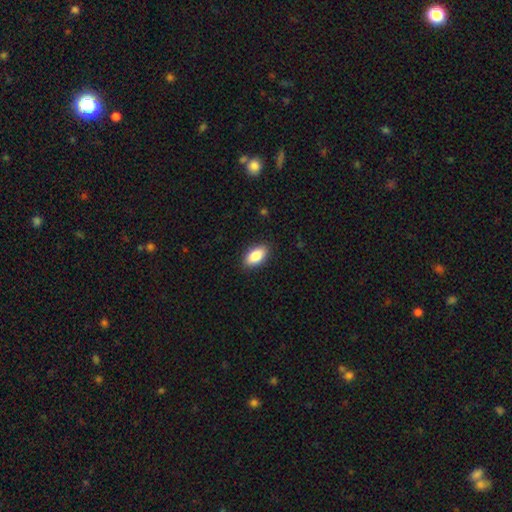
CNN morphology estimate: Smooth or featured?
  - smooth: 87% *
  - featured or disk: 7%
  - star or artifact: 7%
How rounded?
  - in between: 92% *
  - round: 4%
  - cigar-shaped: 4%
Merging?
  - none: 88% *
  - minor disturbance: 9%
  - major disturbance: 2%
  - merger: 1%